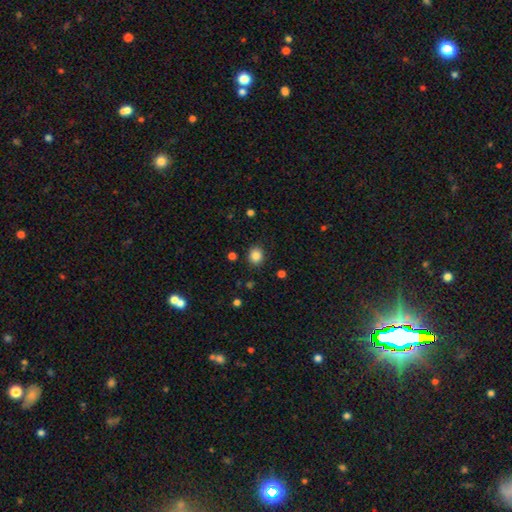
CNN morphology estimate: Smooth or featured? Predicted: smooth (p=0.85). How rounded? Predicted: round (p=0.79). Merging? Predicted: none (p=0.89).